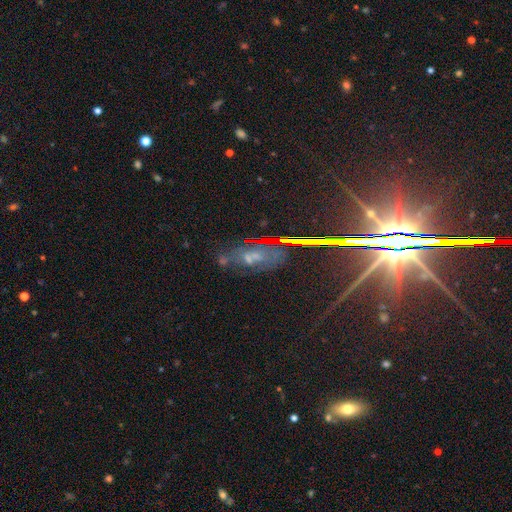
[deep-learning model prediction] A star or artifact, not a galaxy (48%).

Vote fractions:
- Smooth or featured? star or artifact: 48% / featured or disk: 36% / smooth: 16%